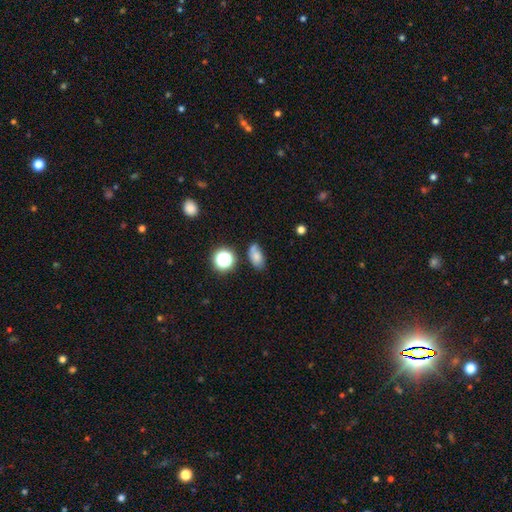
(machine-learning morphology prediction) This is likely a smooth galaxy (72%). How rounded: clearly in between (81%). Merging: possibly none (59%).